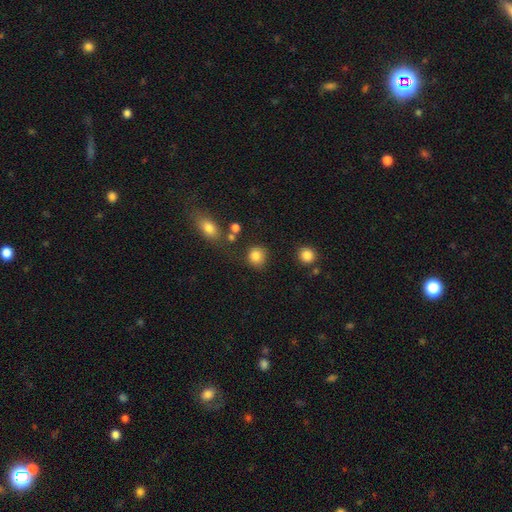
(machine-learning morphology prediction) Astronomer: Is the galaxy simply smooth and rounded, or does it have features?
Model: smooth — 84%.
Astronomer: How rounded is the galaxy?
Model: round — 85%.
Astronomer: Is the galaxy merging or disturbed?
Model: none — 79%.